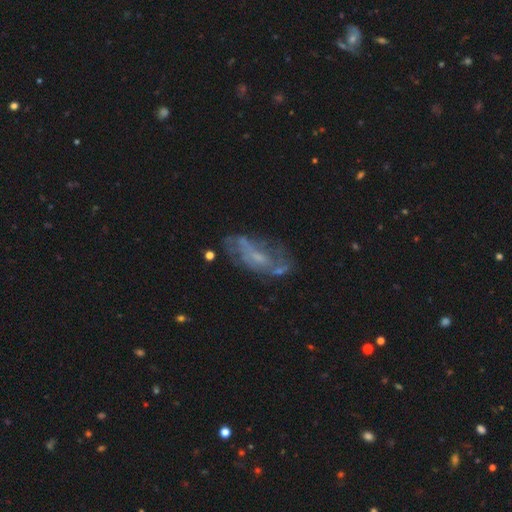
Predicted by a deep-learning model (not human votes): A featured or disk galaxy (66%) with no bar (56%), spiral arms (59%) and a small central bulge (49%).

Vote fractions:
- Smooth or featured? featured or disk: 66% / smooth: 22% / star or artifact: 12%
- Edge-on disk? no: 90% / yes: 10%
- Bar? no: 56% / weak: 35% / strong: 9%
- Spiral arms? yes: 59% / no: 41%
- Bulge size? small: 49% / none: 28% / moderate: 20% / large: 2% / dominant: 1%
- Merging? none: 55% / minor disturbance: 21% / major disturbance: 17% / merger: 7%